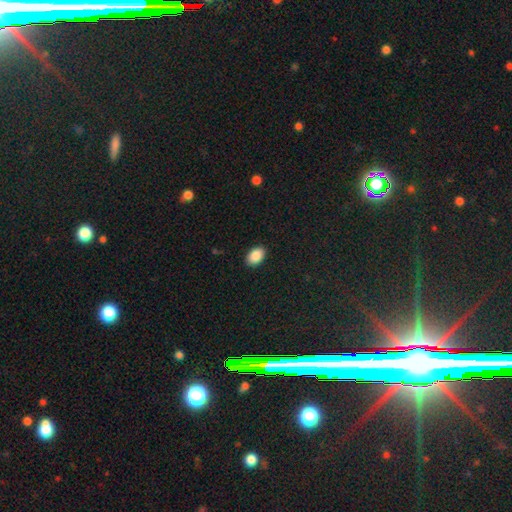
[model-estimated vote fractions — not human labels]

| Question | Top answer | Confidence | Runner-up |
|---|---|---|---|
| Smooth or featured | smooth | 89% | star or artifact (7%) |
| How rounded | in between | 89% | round (10%) |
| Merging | none | 90% | minor disturbance (7%) |